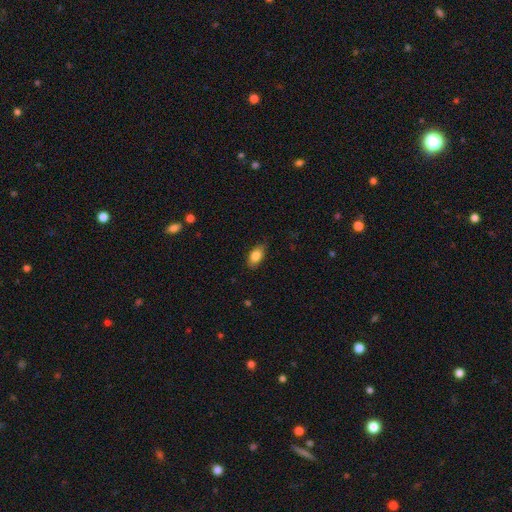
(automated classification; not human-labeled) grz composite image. It shows a smooth galaxy with no disk features (83%) that is in between round and cigar-shaped (89%). Merging: none (79%).